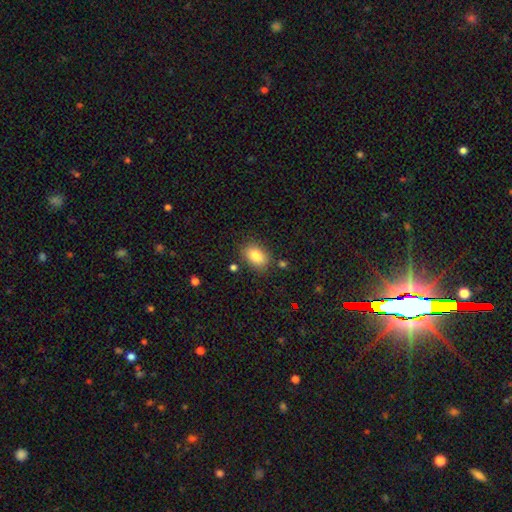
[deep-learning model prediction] This appears to be a smooth galaxy with no disk features (83%) that is in between round and cigar-shaped (85%). Merging: none (81%).